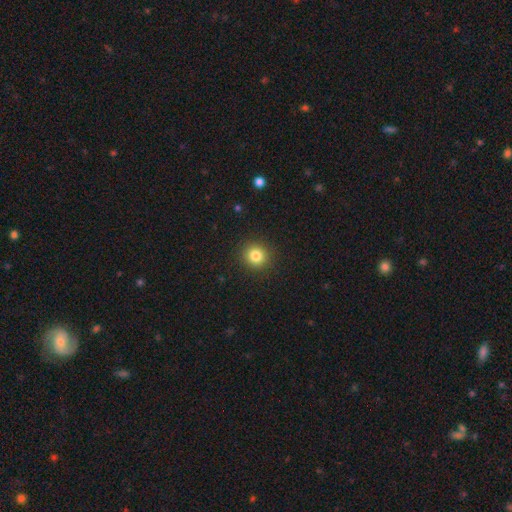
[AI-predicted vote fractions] A smooth galaxy with no disk features (83%) that is round (92%).

Vote fractions:
- Smooth or featured? smooth: 83% / star or artifact: 12% / featured or disk: 6%
- How rounded? round: 92% / in between: 7% / cigar-shaped: 1%
- Merging? none: 92% / minor disturbance: 5% / major disturbance: 2% / merger: 1%